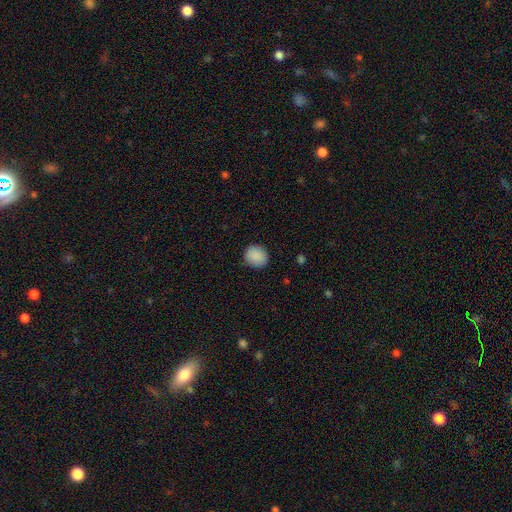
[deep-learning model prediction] smooth-or-featured: smooth: 89% | star or artifact: 8% | featured or disk: 4%
  how-rounded: round: 79% | in between: 20% | cigar-shaped: 1%
  merging: none: 86% | minor disturbance: 10% | major disturbance: 2% | merger: 1%